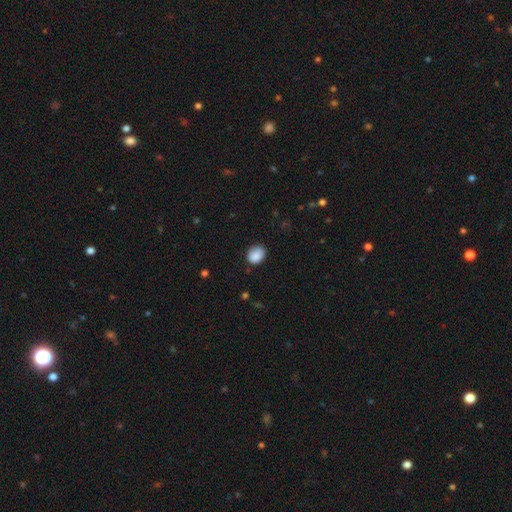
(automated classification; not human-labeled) Morphology: type=smooth (88%); roundness=in between (54%); merging=none (74%).